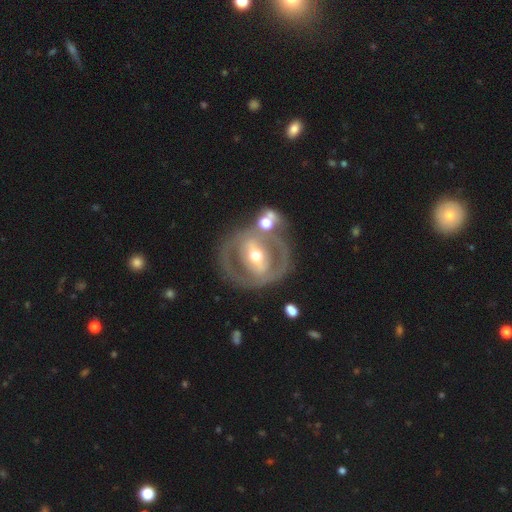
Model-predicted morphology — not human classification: type=featured or disk (83%); edge-on=no (92%); bar=strong (58%); spiral arms=yes (66%); bulge=moderate (55%); merging=none (66%).